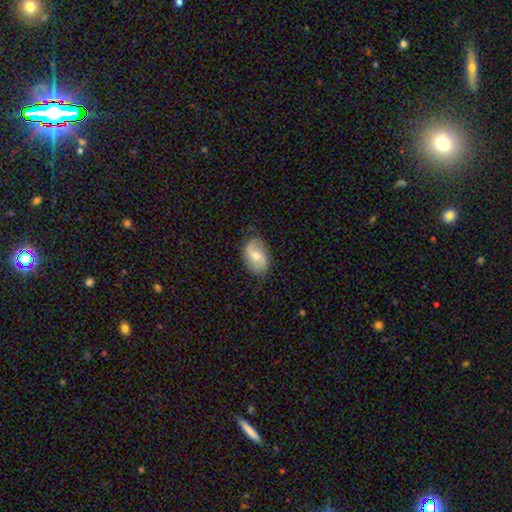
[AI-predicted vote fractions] The model was most divided on "bar": no: 50%, weak: 39%, strong: 11%. More confident: edge-on disk — no (96%); spiral arms — yes (86%); merging — none (78%); bulge size — moderate (62%); smooth or featured — featured or disk (57%).